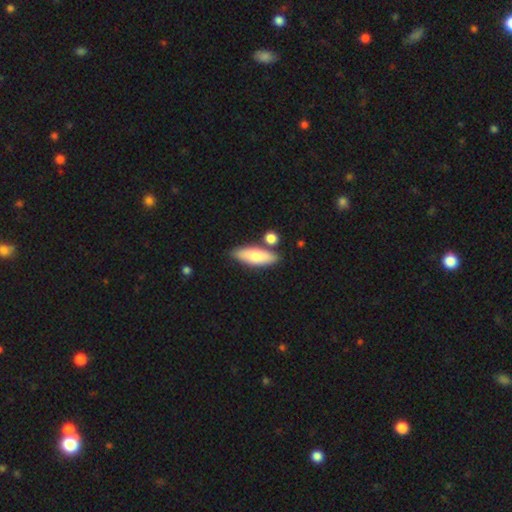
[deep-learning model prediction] Morphology: type=smooth (75%); roundness=in between (57%); merging=none (74%).